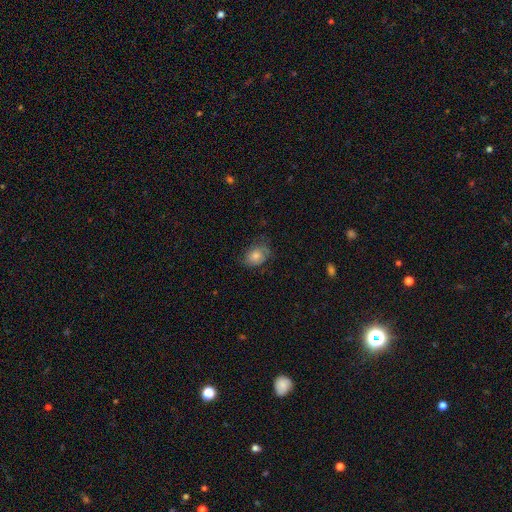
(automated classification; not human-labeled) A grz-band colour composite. It shows a smooth galaxy with no disk features (67%) that is in between round and cigar-shaped (68%). Merging: none (65%).